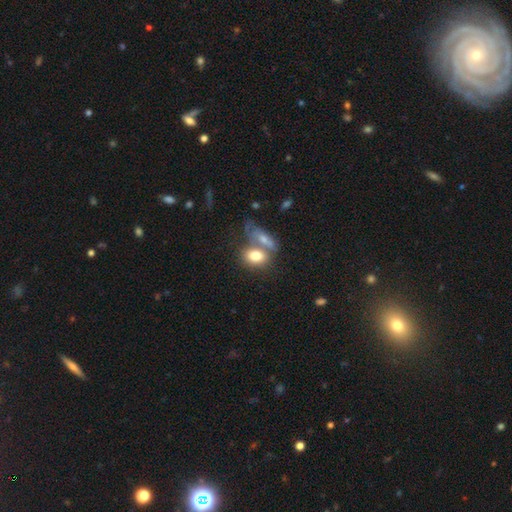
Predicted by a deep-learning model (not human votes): This appears to be a smooth galaxy with no disk features (76%) that is in between round and cigar-shaped (78%). Merging: merger (50%).